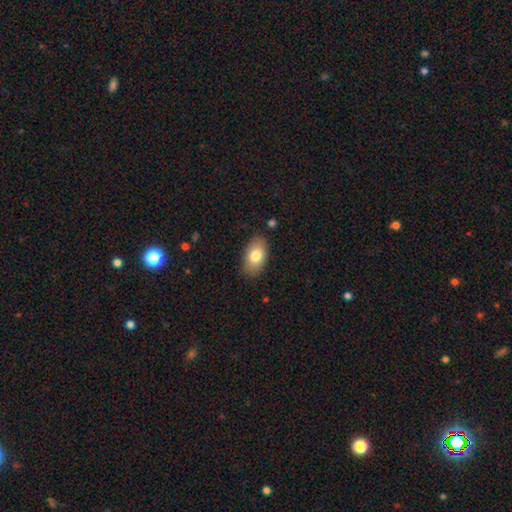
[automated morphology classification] Overall: smooth (78%). How rounded: in between (92%). Merging: none (84%).